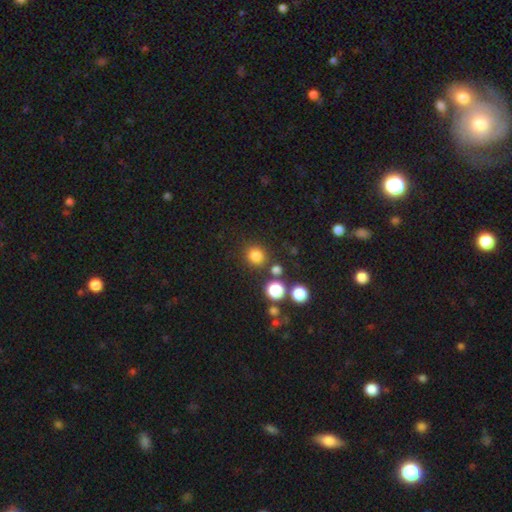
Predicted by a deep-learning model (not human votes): smooth 80%, star or artifact 15%, featured or disk 5%. Down the decision tree: how rounded — round (88%); merging — none (82%).